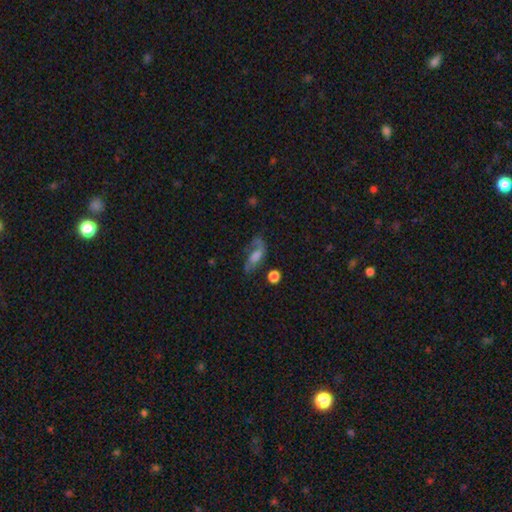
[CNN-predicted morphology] Overall: featured or disk (51%; smooth 37%). Edge-on disk: no (87%). Merging: none (40%; major disturbance 29%).